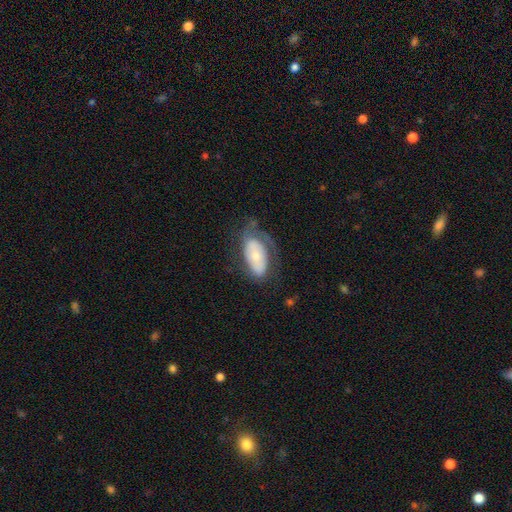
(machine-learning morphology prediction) The model was most divided on "smooth or featured": featured or disk: 51%, smooth: 42%, star or artifact: 6%. Remaining: edge-on disk — no (90%); merging — none (48%).